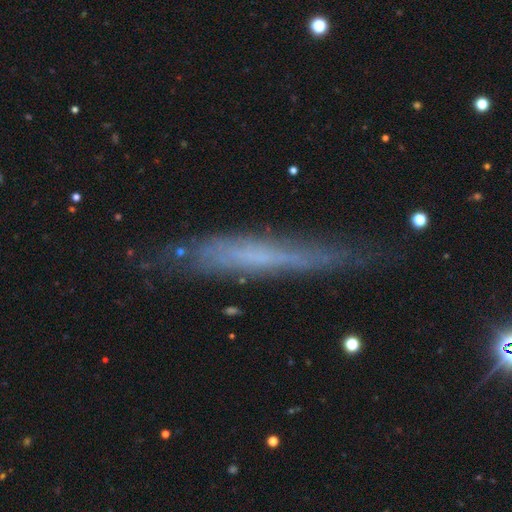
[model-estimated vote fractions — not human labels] smooth-or-featured: featured or disk: 54% | smooth: 35% | star or artifact: 11%
  disk-edge-on: yes: 81% | no: 19%
  merging: none: 67% | minor disturbance: 23% | major disturbance: 7% | merger: 2%